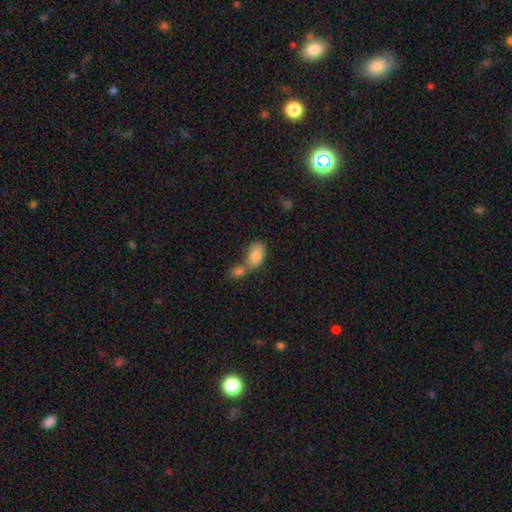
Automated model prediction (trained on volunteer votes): This appears to be a smooth galaxy with no disk features (85%) that is in between round and cigar-shaped (92%). Merging: merger (61%).